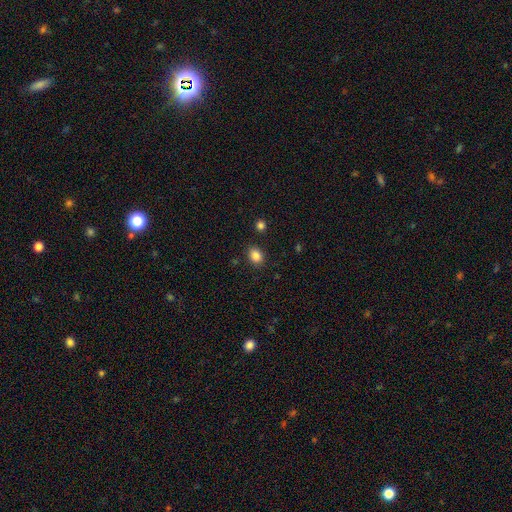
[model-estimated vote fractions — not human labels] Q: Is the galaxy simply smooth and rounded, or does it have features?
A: smooth — 85%.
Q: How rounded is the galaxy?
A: in between — 59%.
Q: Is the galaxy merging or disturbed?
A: none — 86%.